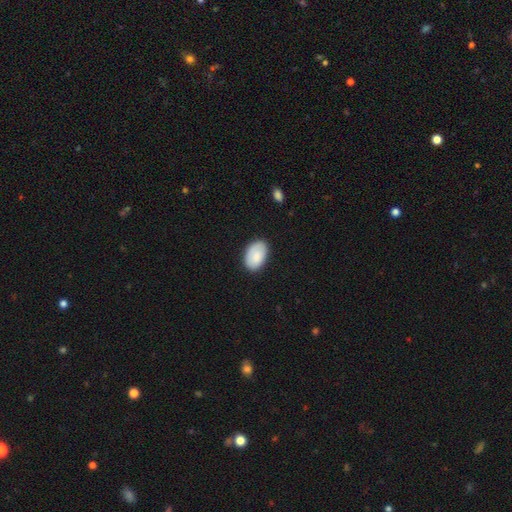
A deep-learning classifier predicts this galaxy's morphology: This appears to be a smooth galaxy with no disk features (85%) that is in between round and cigar-shaped (90%). Merging: none (83%).